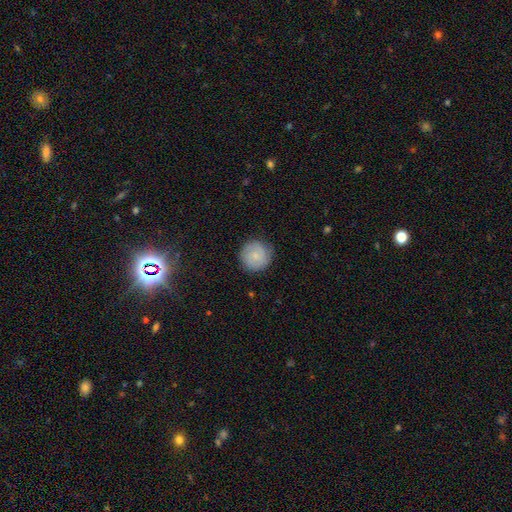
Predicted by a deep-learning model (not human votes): A smooth galaxy with no disk features (74%) that is round (95%).

Vote fractions:
- Smooth or featured? smooth: 74% / featured or disk: 20% / star or artifact: 7%
- How rounded? round: 95% / in between: 4% / cigar-shaped: 1%
- Merging? none: 85% / minor disturbance: 11% / major disturbance: 3% / merger: 1%